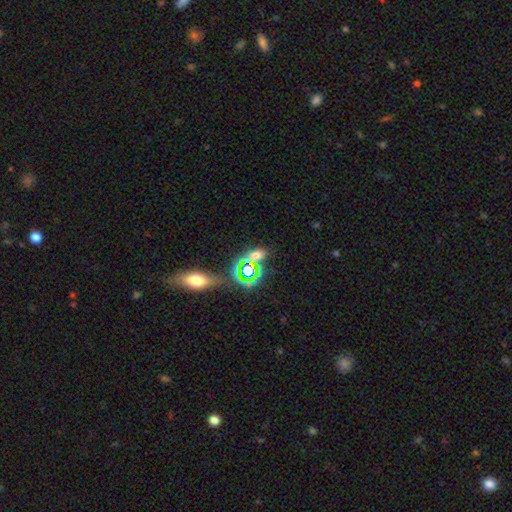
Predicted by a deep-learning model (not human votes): Smooth or featured? Predicted: smooth (p=0.48). Merging? Predicted: none (p=0.66).